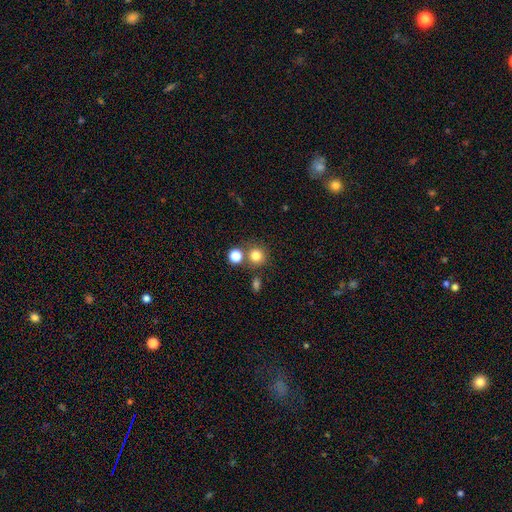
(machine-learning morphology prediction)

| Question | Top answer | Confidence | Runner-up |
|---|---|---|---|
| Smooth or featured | smooth | 80% | star or artifact (13%) |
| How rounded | round | 90% | in between (9%) |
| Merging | none | 72% | merger (16%) |